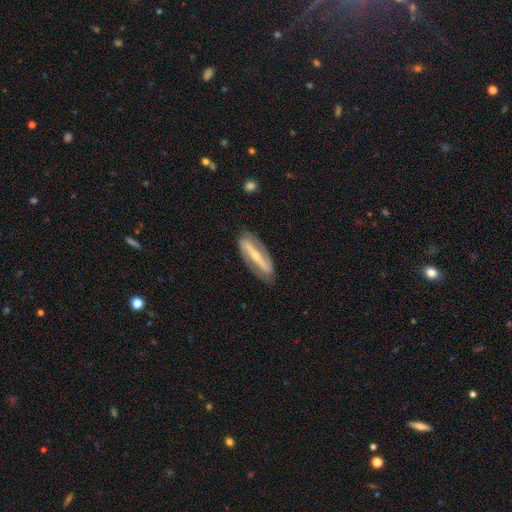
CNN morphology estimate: Overall: featured or disk (81%). Edge-on disk: no (77%). Bar: strong (79%). Spiral arms: yes (80%). Spiral arm count: 2 (88%). Spiral winding: medium (36%; loose 35%). Bulge size: small (61%; moderate 34%). Merging: none (84%).